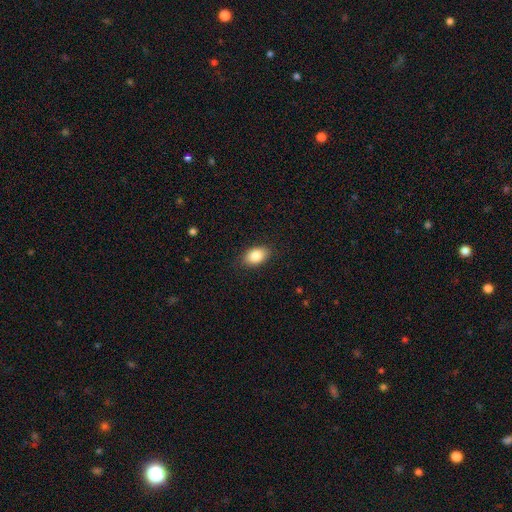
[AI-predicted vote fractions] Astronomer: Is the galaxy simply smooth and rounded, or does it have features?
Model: smooth — 84%.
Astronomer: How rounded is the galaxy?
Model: in between — 88%.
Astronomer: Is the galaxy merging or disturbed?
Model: none — 86%.